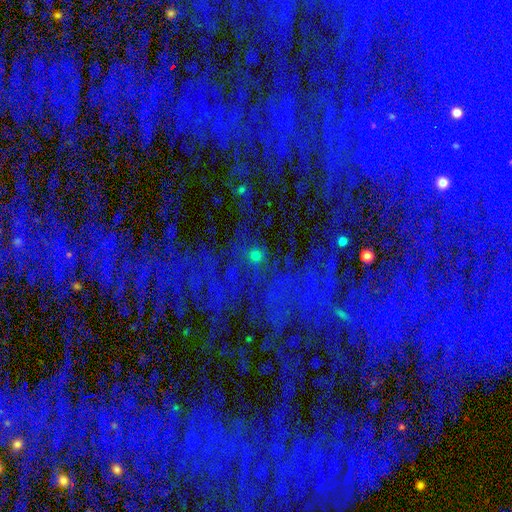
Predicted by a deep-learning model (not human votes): Smooth or featured? Predicted: star or artifact (p=0.64).